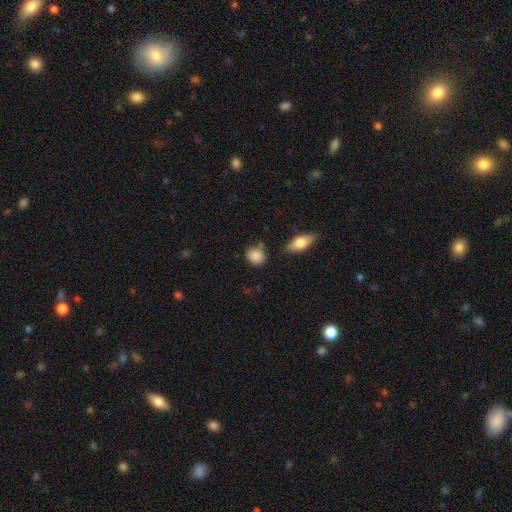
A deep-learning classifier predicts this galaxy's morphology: smooth 87%, star or artifact 8%, featured or disk 6%. Down the decision tree: how rounded — round (78%); merging — none (69%).